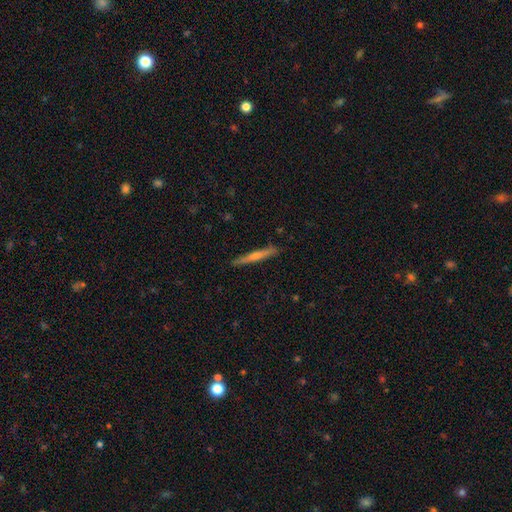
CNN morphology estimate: A featured or disk galaxy (58%) viewed edge-on (97%) with a rounded central bulge (67%). Merging: none (89%).